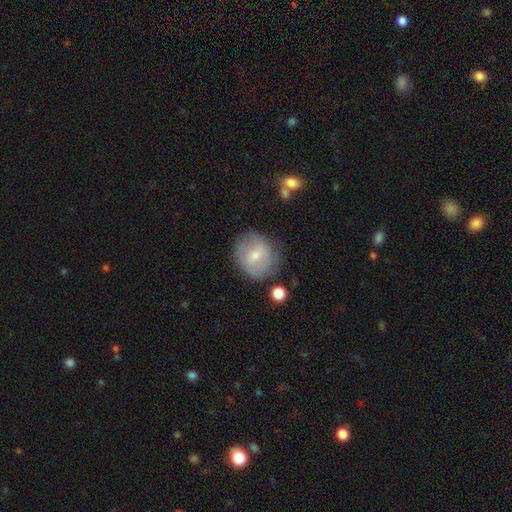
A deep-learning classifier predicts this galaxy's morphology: A smooth galaxy with no disk features (57%) that is round (75%).

Vote fractions:
- Smooth or featured? smooth: 57% / featured or disk: 35% / star or artifact: 8%
- How rounded? round: 75% / in between: 24% / cigar-shaped: 1%
- Merging? none: 70% / minor disturbance: 20% / major disturbance: 7% / merger: 3%